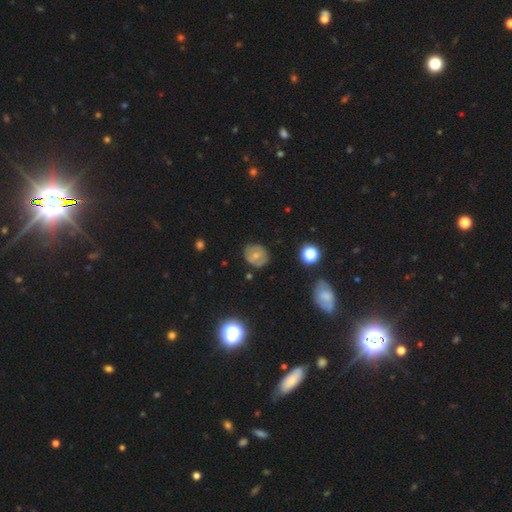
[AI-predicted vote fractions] Smooth or featured?
  - smooth: 46% *
  - featured or disk: 43%
  - star or artifact: 11%
Merging?
  - none: 79% *
  - minor disturbance: 15%
  - major disturbance: 4%
  - merger: 2%